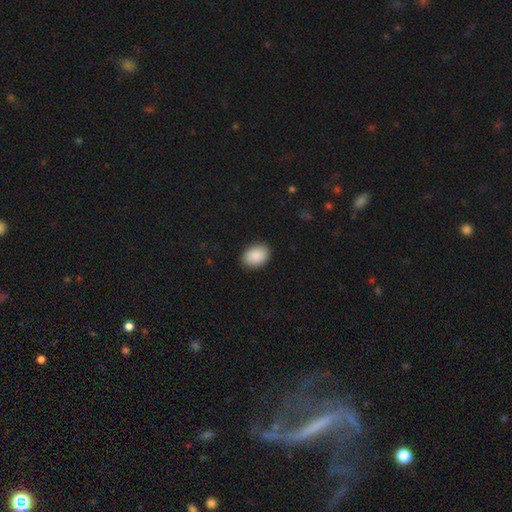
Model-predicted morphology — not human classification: smooth 90%, star or artifact 6%, featured or disk 3%. Down the decision tree: how rounded — in between (76%); merging — none (88%).